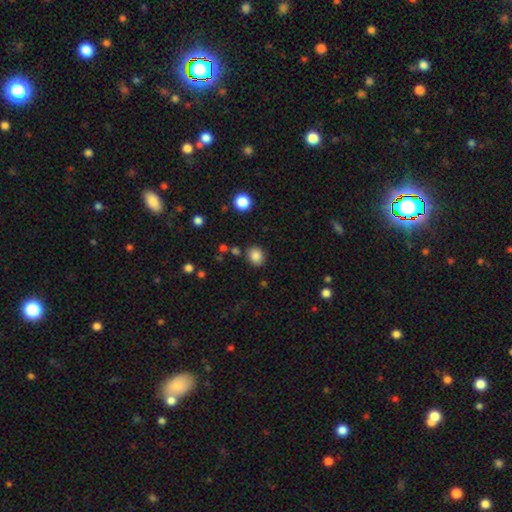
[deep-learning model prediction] Smooth or featured: smooth — 84% (star or artifact — 11%)
How rounded: round — 70% (in between — 29%)
Merging: none — 84% (minor disturbance — 9%)